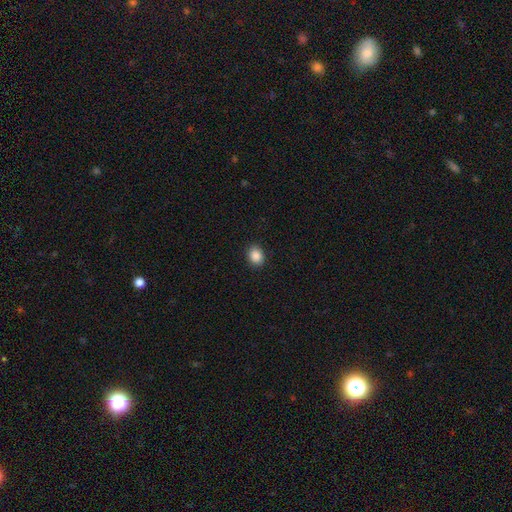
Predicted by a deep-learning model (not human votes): This is clearly a smooth galaxy (88%). How rounded: possibly round (50%). Merging: clearly none (90%).